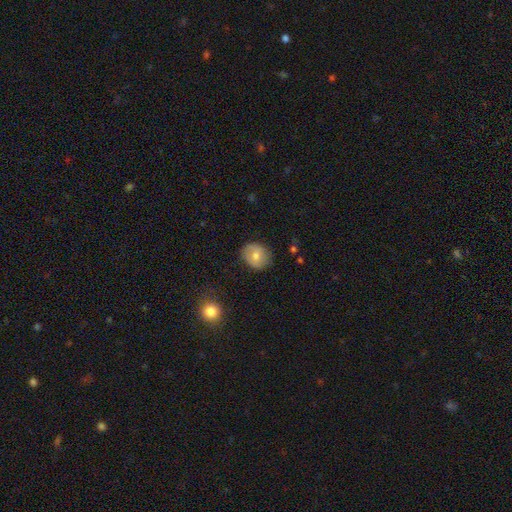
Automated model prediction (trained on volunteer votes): smooth-or-featured: smooth: 72% | featured or disk: 21% | star or artifact: 8%
  how-rounded: round: 67% | in between: 32% | cigar-shaped: 1%
  merging: none: 80% | minor disturbance: 15% | major disturbance: 3% | merger: 1%